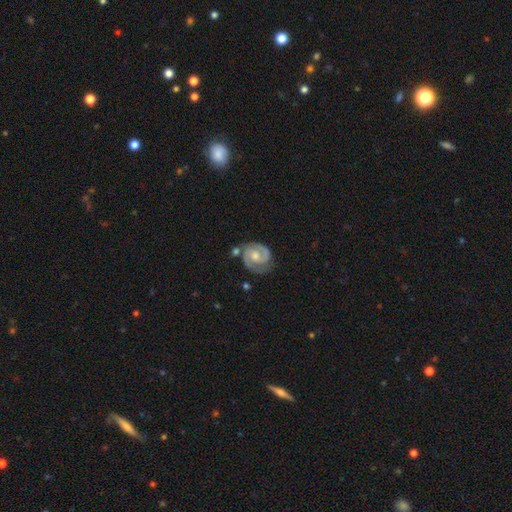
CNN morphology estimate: Q: Smooth or featured?
A: featured or disk (88%); runner-up: smooth (8%)
Q: Edge-on disk?
A: no (98%); runner-up: yes (2%)
Q: Bar?
A: no (56%); runner-up: weak (36%)
Q: Spiral arms?
A: yes (97%); runner-up: no (3%)
Q: Spiral winding?
A: tight (54%); runner-up: medium (40%)
Q: Spiral arm count?
A: 2 (89%); runner-up: 1 (4%)
Q: Bulge size?
A: moderate (65%); runner-up: small (26%)
Q: Merging?
A: none (71%); runner-up: minor disturbance (17%)